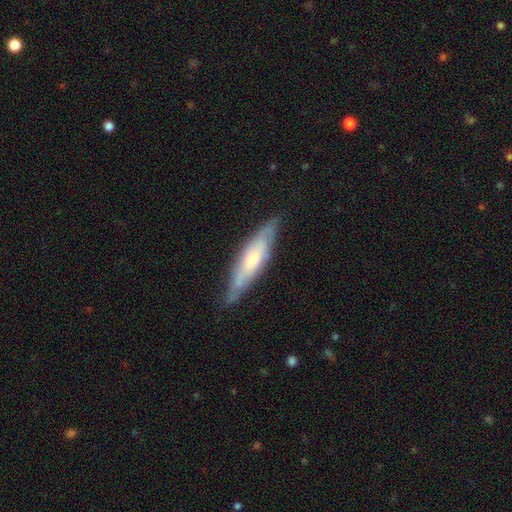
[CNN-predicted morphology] A featured or disk galaxy (61%) viewed edge-on (58%).

Vote fractions:
- Smooth or featured? featured or disk: 61% / smooth: 33% / star or artifact: 6%
- Edge-on disk? yes: 58% / no: 42%
- Merging? none: 78% / minor disturbance: 17% / major disturbance: 3% / merger: 1%